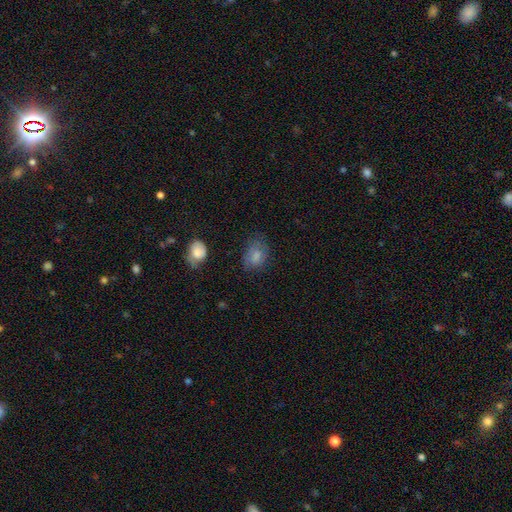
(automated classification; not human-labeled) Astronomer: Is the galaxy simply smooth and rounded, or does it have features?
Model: smooth — 75%.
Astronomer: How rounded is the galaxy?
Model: in between — 76%.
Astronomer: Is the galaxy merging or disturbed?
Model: none — 53% (runner-up: minor disturbance, 30%).